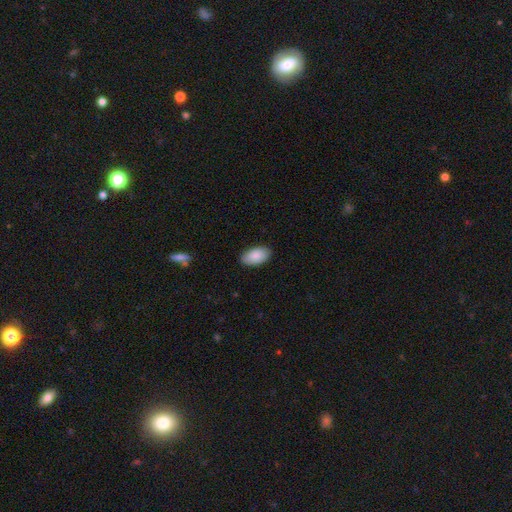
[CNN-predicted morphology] This appears to be a smooth galaxy with no disk features (88%) that is in between round and cigar-shaped (95%). Merging: none (88%).